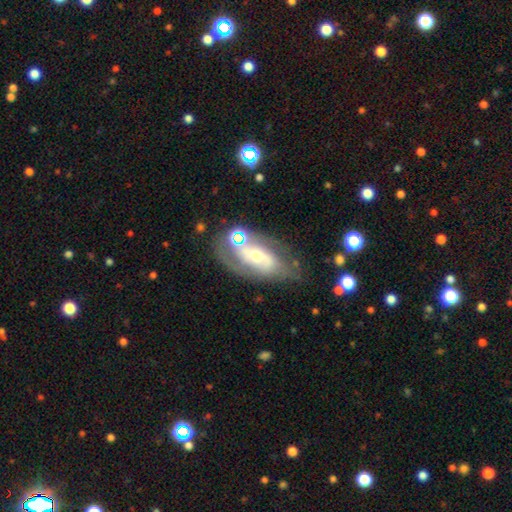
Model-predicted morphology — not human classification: type=featured or disk (72%); edge-on=no (91%); bar=no (53%); spiral arms=yes (73%); bulge=moderate (56%); merging=none (61%).